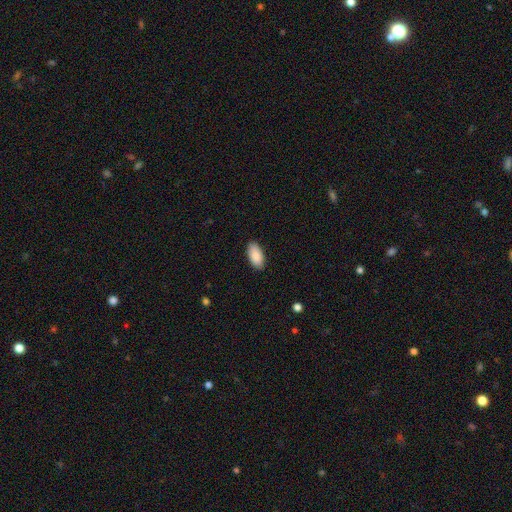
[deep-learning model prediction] Smooth or featured?
  - smooth: 89% *
  - star or artifact: 6%
  - featured or disk: 4%
How rounded?
  - in between: 94% *
  - cigar-shaped: 4%
  - round: 2%
Merging?
  - none: 88% *
  - minor disturbance: 9%
  - major disturbance: 2%
  - merger: 1%